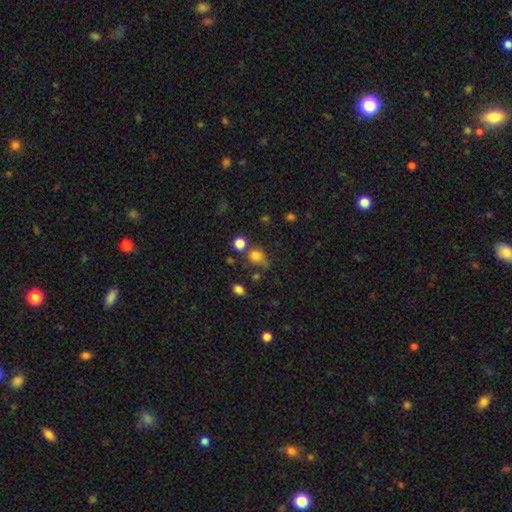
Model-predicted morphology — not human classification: smooth 76%, star or artifact 16%, featured or disk 8%. Down the decision tree: how rounded — round (70%); merging — none (52%).